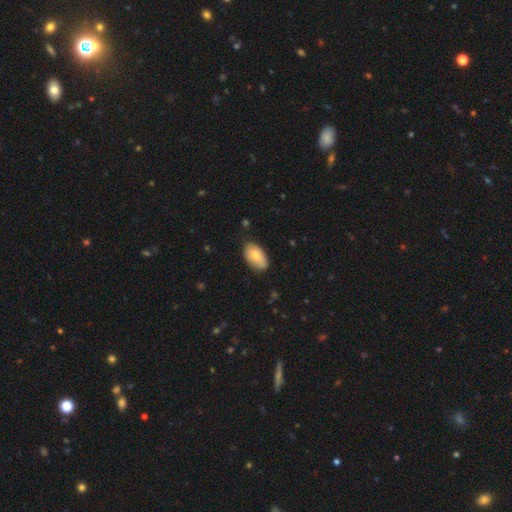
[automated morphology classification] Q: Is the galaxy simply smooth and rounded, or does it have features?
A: smooth — 77%.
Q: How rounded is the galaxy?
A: in between — 94%.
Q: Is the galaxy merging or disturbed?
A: none — 74%.